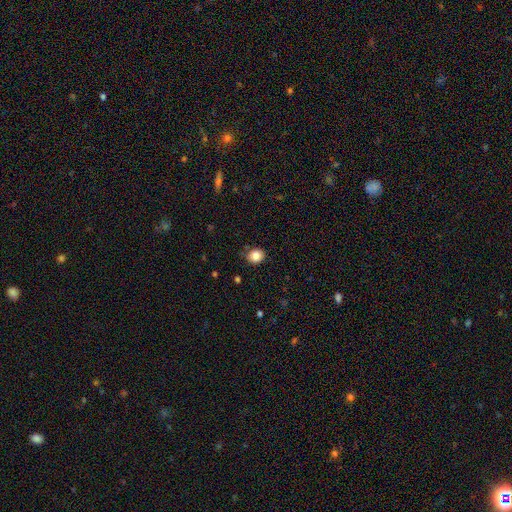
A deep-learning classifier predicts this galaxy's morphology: smooth 85%, star or artifact 10%, featured or disk 5%. Down the decision tree: how rounded — round (74%); merging — none (81%).